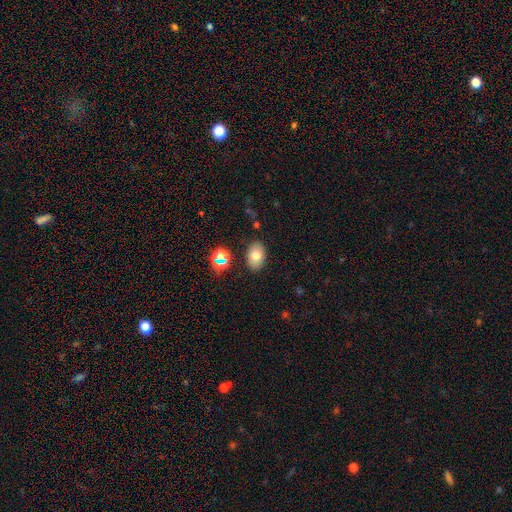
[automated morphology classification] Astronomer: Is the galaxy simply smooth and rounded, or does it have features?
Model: smooth — 75%.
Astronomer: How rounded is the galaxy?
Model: in between — 84%.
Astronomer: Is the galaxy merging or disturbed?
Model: none — 85%.